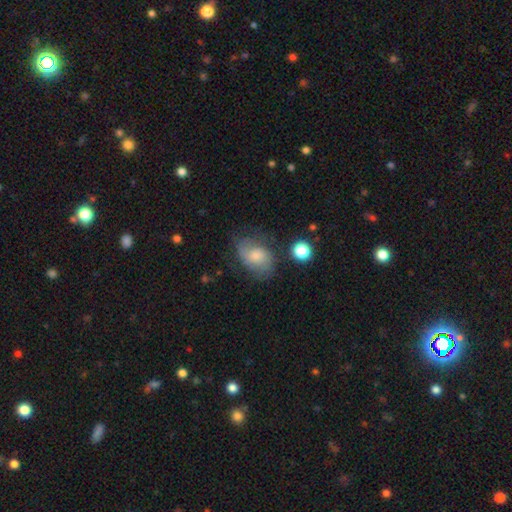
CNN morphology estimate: The model was most divided on "smooth or featured": smooth: 47%, featured or disk: 42%, star or artifact: 11%. More confident: merging — none (62%).